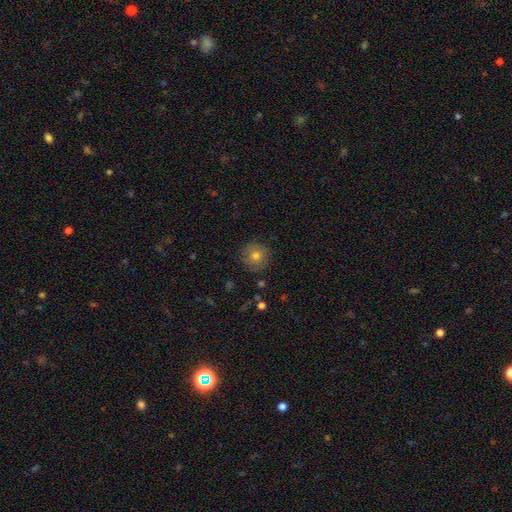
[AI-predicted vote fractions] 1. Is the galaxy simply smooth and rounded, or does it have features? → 76% smooth, 13% featured or disk, 11% star or artifact.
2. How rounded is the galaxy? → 95% round, 4% in between, 1% cigar-shaped.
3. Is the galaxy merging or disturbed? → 89% none, 8% minor disturbance, 2% major disturbance, 1% merger.